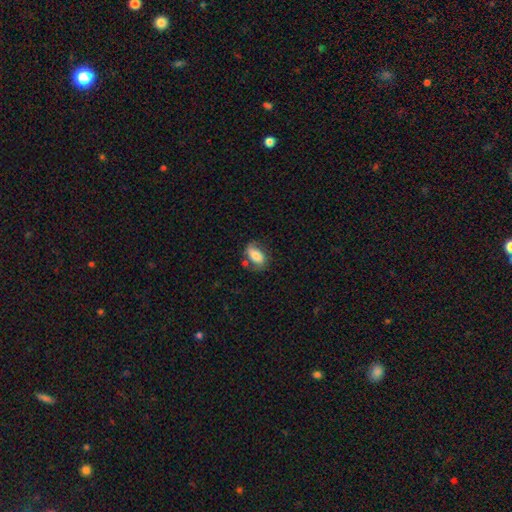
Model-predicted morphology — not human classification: smooth-or-featured: smooth: 67% | featured or disk: 26% | star or artifact: 8%
  how-rounded: in between: 89% | round: 7% | cigar-shaped: 4%
  merging: none: 56% | minor disturbance: 25% | major disturbance: 11% | merger: 9%